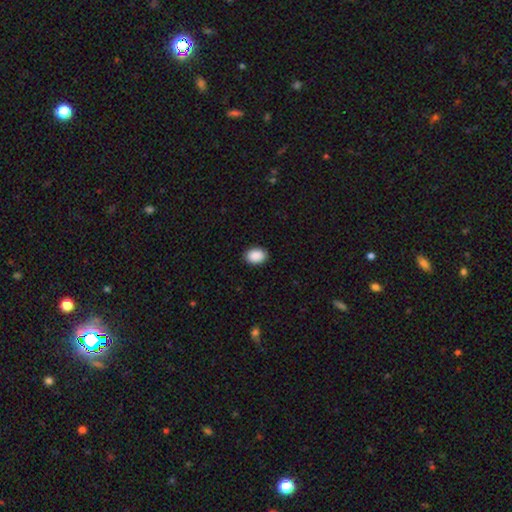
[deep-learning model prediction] Overall: smooth (91%). How rounded: in between (77%). Merging: none (90%).